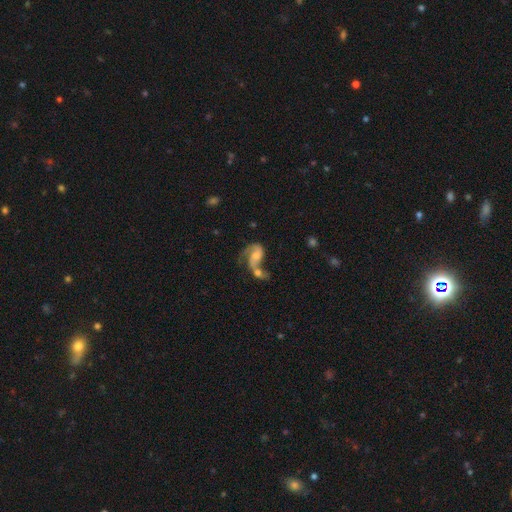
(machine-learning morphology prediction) smooth-or-featured: featured or disk: 71% | smooth: 21% | star or artifact: 8%
  disk-edge-on: no: 97% | yes: 3%
    bar: no: 56% | weak: 34% | strong: 10%
    has-spiral-arms: yes: 86% | no: 14%
      spiral-winding: loose: 52% | medium: 36% | tight: 11%
      spiral-arm-count: 2: 65% | 1: 25% | can't tell: 7% | 3: 2% | 4: 1% | more than 4: 1%
    bulge-size: moderate: 48% | small: 33% | none: 9% | large: 8% | dominant: 2%
  merging: merger: 59% | none: 17% | major disturbance: 15% | minor disturbance: 9%